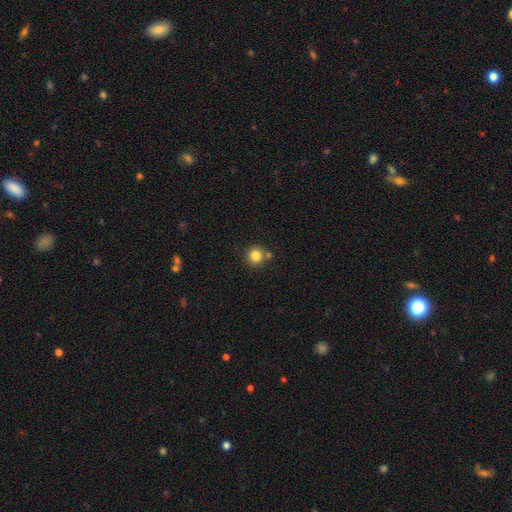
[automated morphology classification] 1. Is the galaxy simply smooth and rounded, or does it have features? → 83% smooth, 11% star or artifact, 6% featured or disk.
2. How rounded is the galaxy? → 92% round, 7% in between, 1% cigar-shaped.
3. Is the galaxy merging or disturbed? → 75% none, 14% merger, 9% minor disturbance, 3% major disturbance.